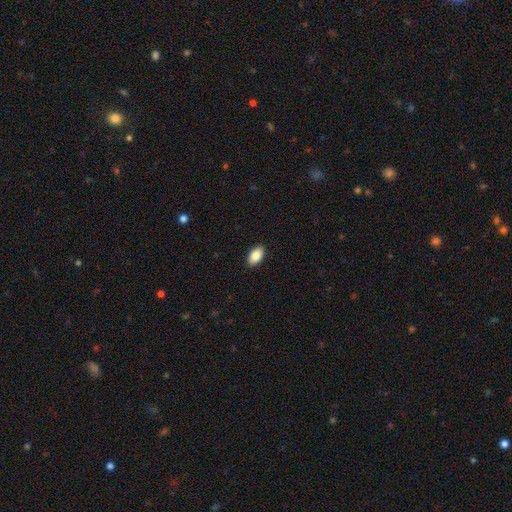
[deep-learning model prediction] Morphology: type=smooth (85%); roundness=in between (93%); merging=none (90%).